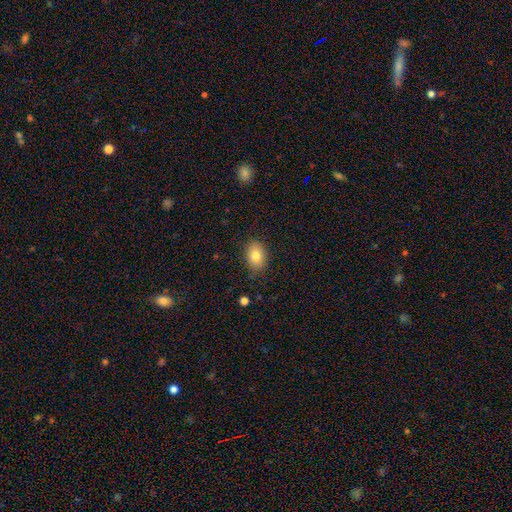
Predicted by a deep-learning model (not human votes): This is clearly a smooth galaxy (81%). How rounded: likely in between (75%). Merging: clearly none (84%).